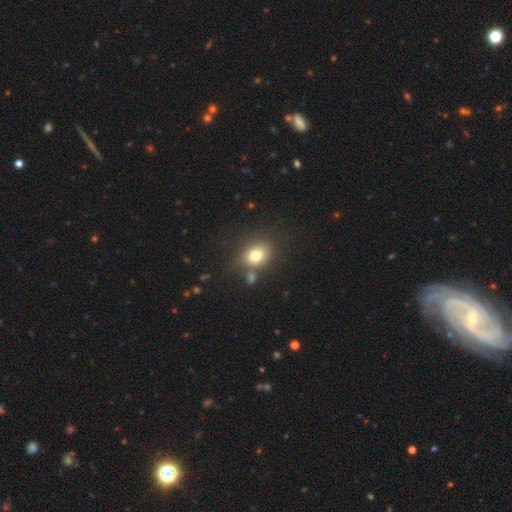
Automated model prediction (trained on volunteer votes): Overall: smooth (76%). How rounded: in between (52%; round 47%). Merging: none (61%).